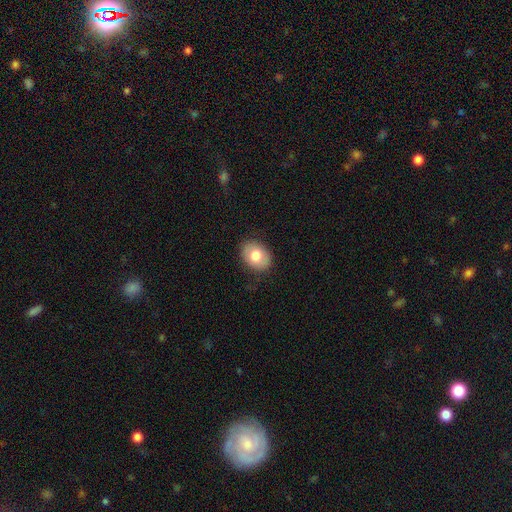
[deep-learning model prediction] Smooth or featured: smooth — 76% (featured or disk — 17%)
How rounded: in between — 67% (round — 32%)
Merging: none — 85% (minor disturbance — 11%)